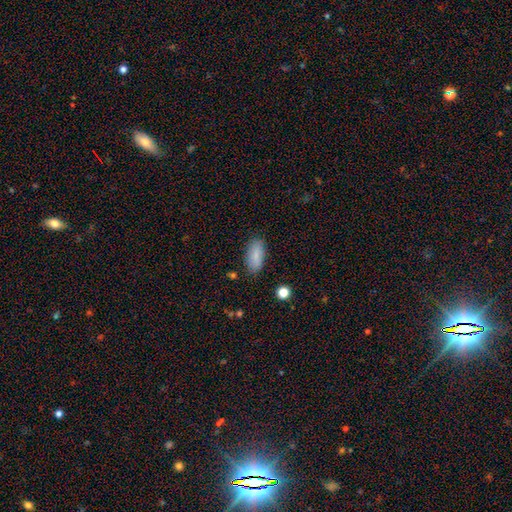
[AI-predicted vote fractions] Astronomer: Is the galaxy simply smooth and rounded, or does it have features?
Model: smooth — 84%.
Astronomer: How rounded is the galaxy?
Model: in between — 88%.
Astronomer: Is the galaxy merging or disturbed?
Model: none — 83%.